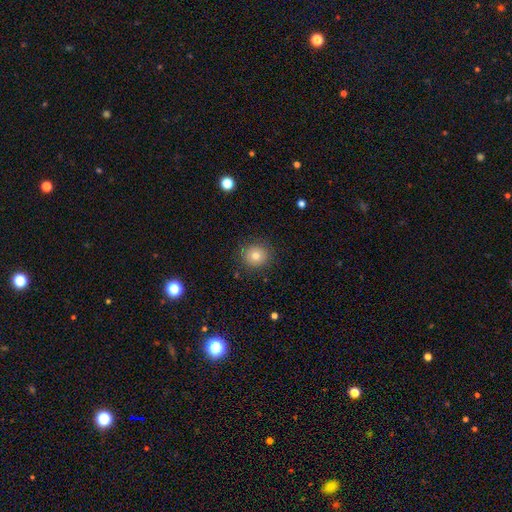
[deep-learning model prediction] This is likely a smooth galaxy (78%). How rounded: clearly round (89%). Merging: clearly none (87%).